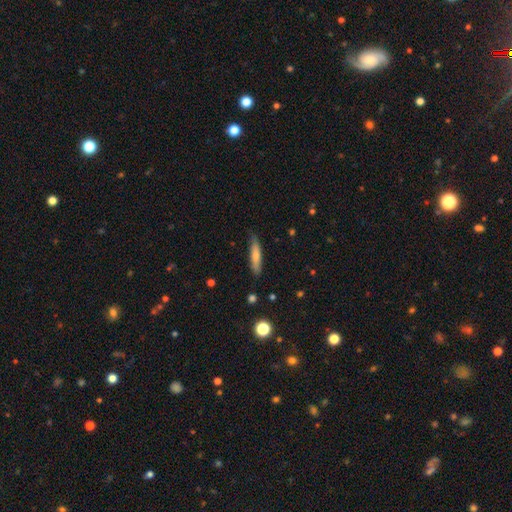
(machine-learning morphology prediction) type=smooth (73%); roundness=cigar-shaped (83%); merging=none (82%).